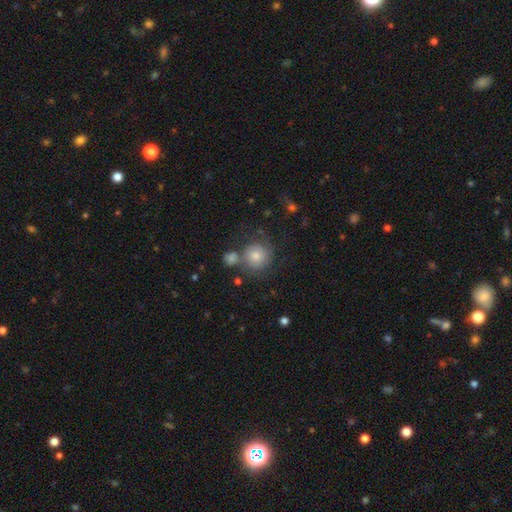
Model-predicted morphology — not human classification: A smooth galaxy with no disk features (65%) that is round (90%).

Vote fractions:
- Smooth or featured? smooth: 65% / featured or disk: 22% / star or artifact: 13%
- How rounded? round: 90% / in between: 9% / cigar-shaped: 1%
- Merging? none: 62% / merger: 15% / minor disturbance: 15% / major disturbance: 8%